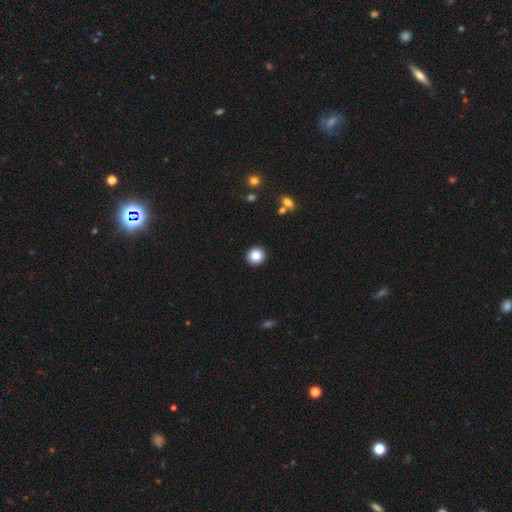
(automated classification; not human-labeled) Smooth or featured? Predicted: smooth (p=0.85). How rounded? Predicted: round (p=0.94). Merging? Predicted: none (p=0.93).